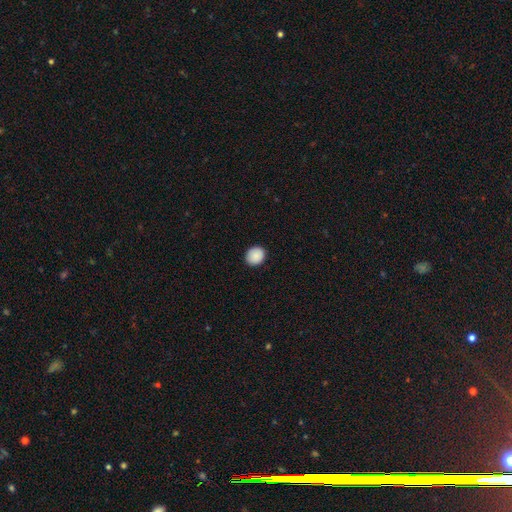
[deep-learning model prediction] Smooth or featured: smooth — 89% (star or artifact — 7%)
How rounded: round — 74% (in between — 25%)
Merging: none — 91% (minor disturbance — 7%)